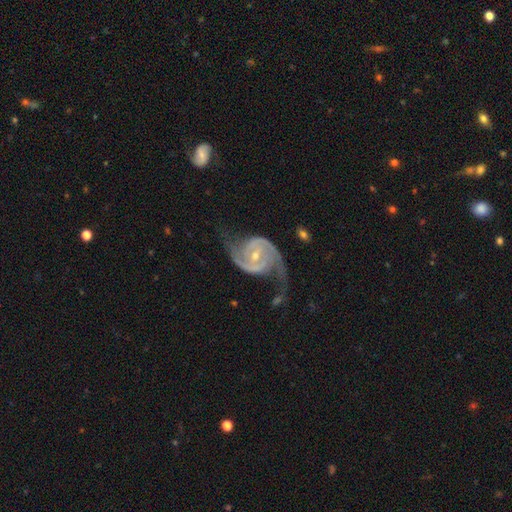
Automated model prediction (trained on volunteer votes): This appears to be a featured or disk galaxy (93%) with a weak bar (43%), 2 (92%) medium (52%) spiral arms (98%) and a small central bulge (53%). Merging: none (67%).